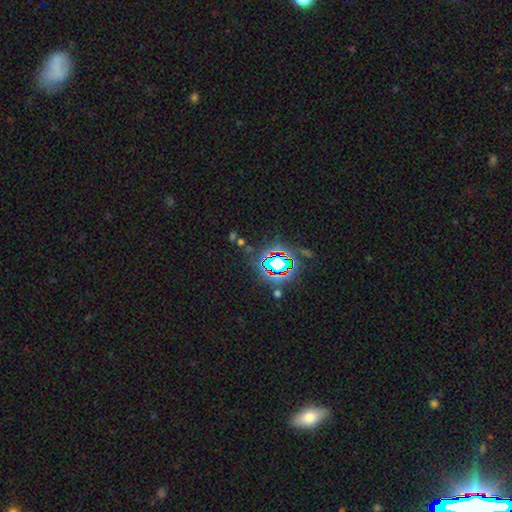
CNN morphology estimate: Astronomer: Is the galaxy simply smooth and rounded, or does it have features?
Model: star or artifact — 73%.